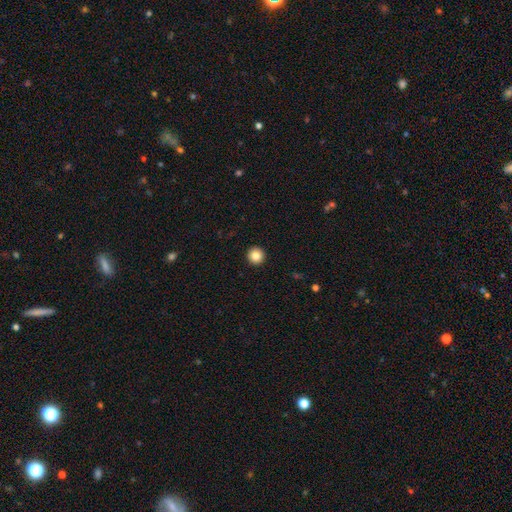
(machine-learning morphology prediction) smooth_or_featured: smooth (p=0.85) [alt: star or artifact p=0.10]
how_rounded: round (p=0.96) [alt: in between p=0.03]
merging: none (p=0.94) [alt: minor disturbance p=0.04]